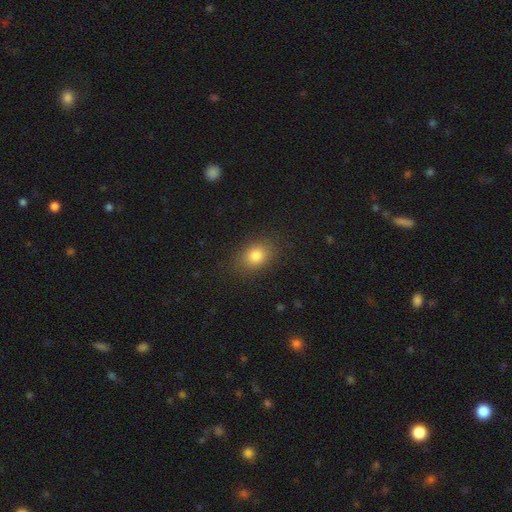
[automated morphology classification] Overall: smooth (82%). How rounded: in between (69%; round 29%). Merging: none (85%).